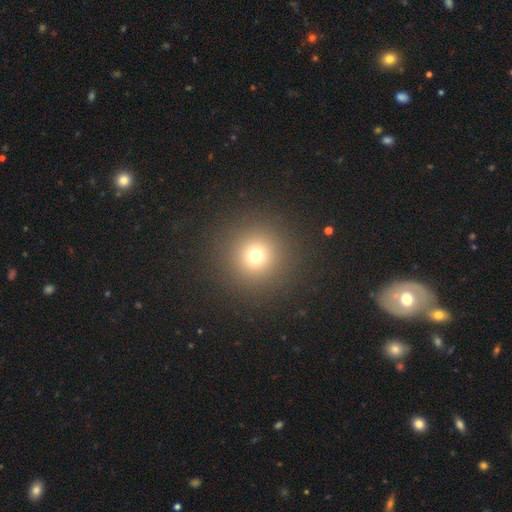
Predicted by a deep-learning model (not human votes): smooth 71%, star or artifact 21%, featured or disk 9%. Down the decision tree: how rounded — round (95%); merging — none (90%).